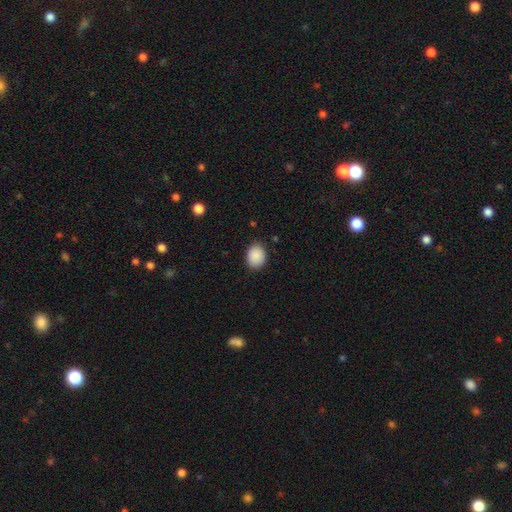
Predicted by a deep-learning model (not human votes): A smooth galaxy with no disk features (90%) that is in between round and cigar-shaped (54%). Merging: none (85%).